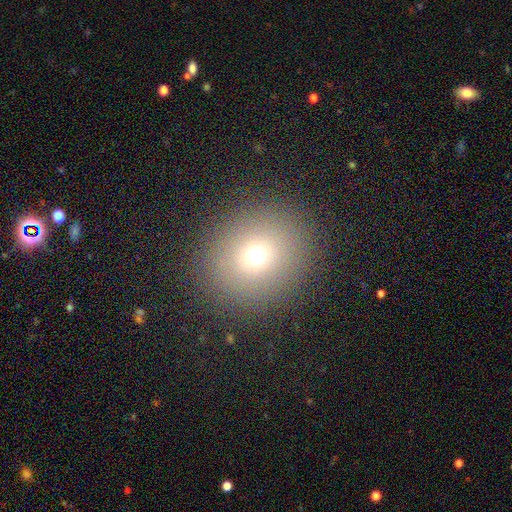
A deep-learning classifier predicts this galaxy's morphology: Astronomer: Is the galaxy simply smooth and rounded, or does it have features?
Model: smooth — 67%.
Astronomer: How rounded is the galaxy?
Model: round — 80%.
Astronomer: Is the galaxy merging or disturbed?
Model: none — 87%.